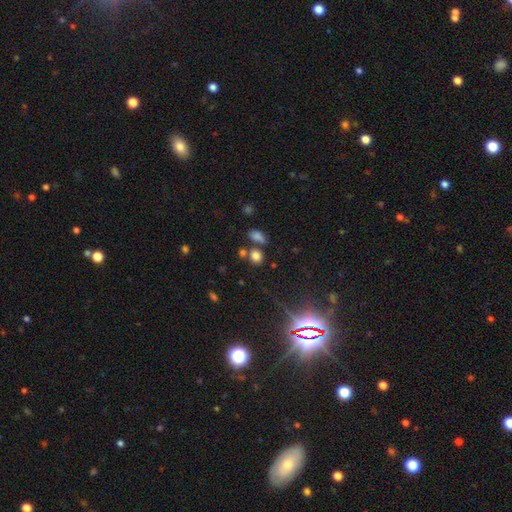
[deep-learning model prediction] This is likely a smooth galaxy (76%). How rounded: likely round (69%). Merging: likely none (64%).